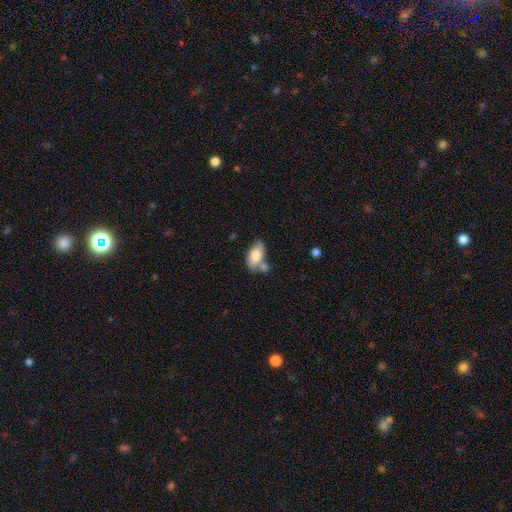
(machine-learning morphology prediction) This appears to be a smooth galaxy with no disk features (74%) that is in between round and cigar-shaped (93%). Merging: none (46%).